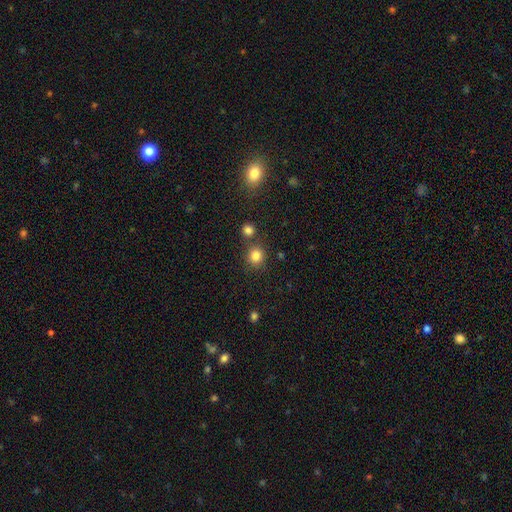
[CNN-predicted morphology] Overall: smooth (83%). How rounded: round (84%). Merging: none (74%).